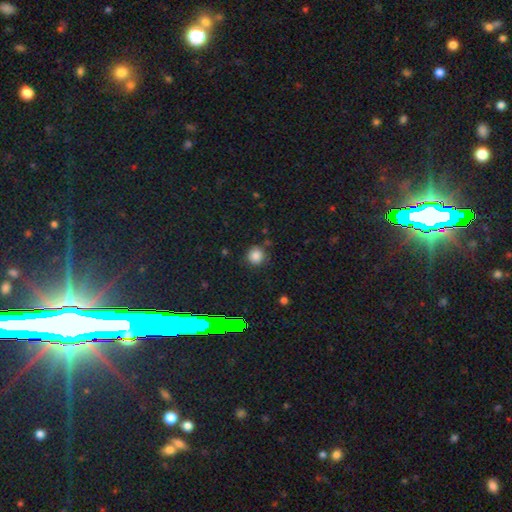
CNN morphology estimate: Smooth or featured?
  - smooth: 82% *
  - star or artifact: 14%
  - featured or disk: 4%
How rounded?
  - round: 91% *
  - in between: 8%
  - cigar-shaped: 1%
Merging?
  - none: 84% *
  - minor disturbance: 10%
  - major disturbance: 3%
  - merger: 2%